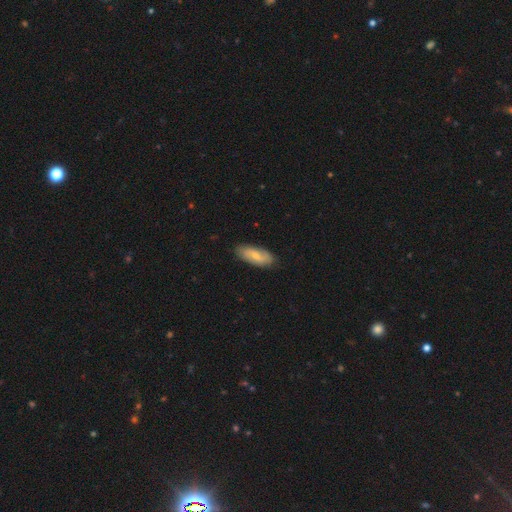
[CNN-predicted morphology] smooth-or-featured: smooth: 59% | featured or disk: 36% | star or artifact: 6%
  how-rounded: in between: 80% | cigar-shaped: 17% | round: 2%
  merging: none: 82% | minor disturbance: 14% | major disturbance: 2% | merger: 1%